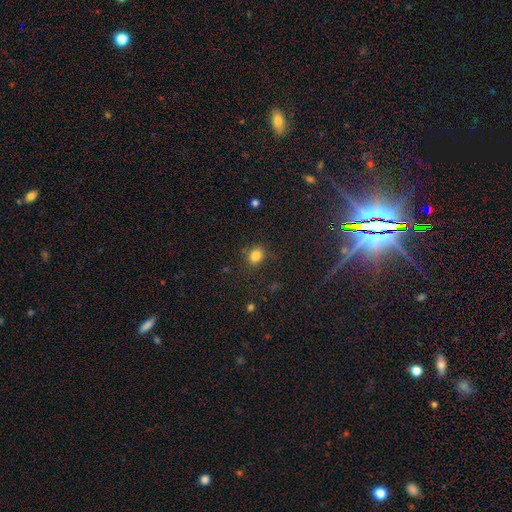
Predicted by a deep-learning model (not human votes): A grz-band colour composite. It shows a smooth galaxy with no disk features (83%) that is round (59%). Merging: none (81%).